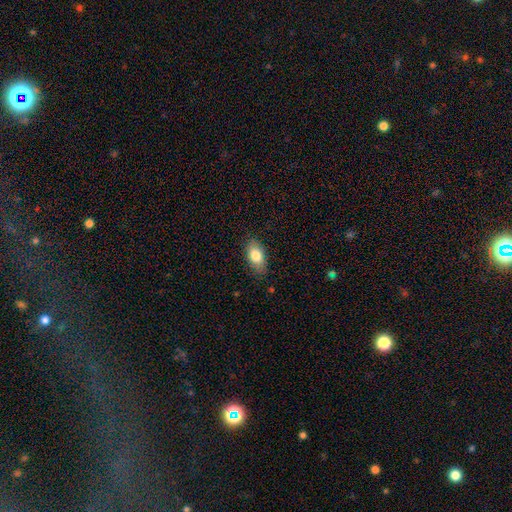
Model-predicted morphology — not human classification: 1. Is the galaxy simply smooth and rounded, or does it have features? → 81% smooth, 12% featured or disk, 7% star or artifact.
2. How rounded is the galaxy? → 90% in between, 6% round, 4% cigar-shaped.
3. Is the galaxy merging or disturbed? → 81% none, 15% minor disturbance, 3% major disturbance, 1% merger.